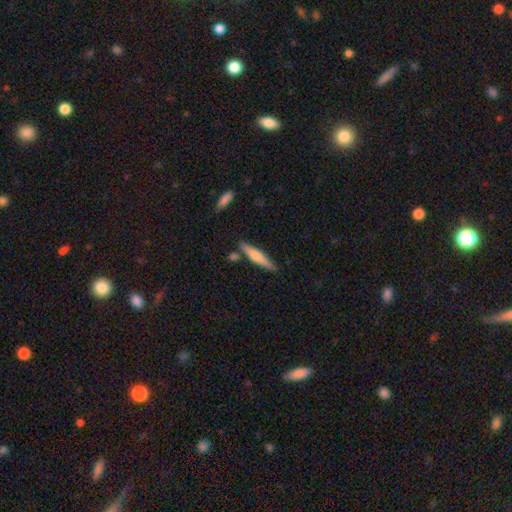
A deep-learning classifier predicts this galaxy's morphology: smooth-or-featured: smooth: 53% | featured or disk: 41% | star or artifact: 6%
  how-rounded: cigar-shaped: 87% | in between: 11% | round: 2%
  merging: none: 81% | minor disturbance: 11% | merger: 6% | major disturbance: 2%